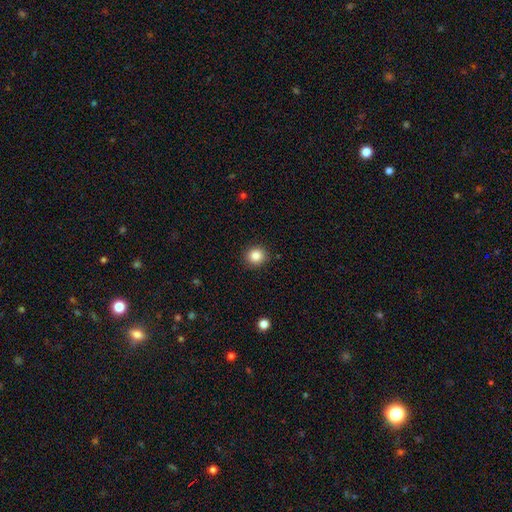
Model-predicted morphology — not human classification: Smooth or featured? Predicted: smooth (p=0.85). How rounded? Predicted: round (p=0.88). Merging? Predicted: none (p=0.90).